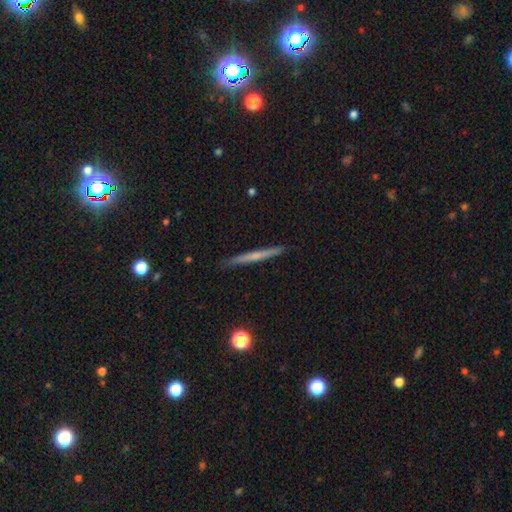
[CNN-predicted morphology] Smooth or featured?
  - featured or disk: 47% * (tied)
  - smooth: 47% * (tied)
  - star or artifact: 7%
Merging?
  - none: 90% *
  - minor disturbance: 7%
  - major disturbance: 1%
  - merger: 1%